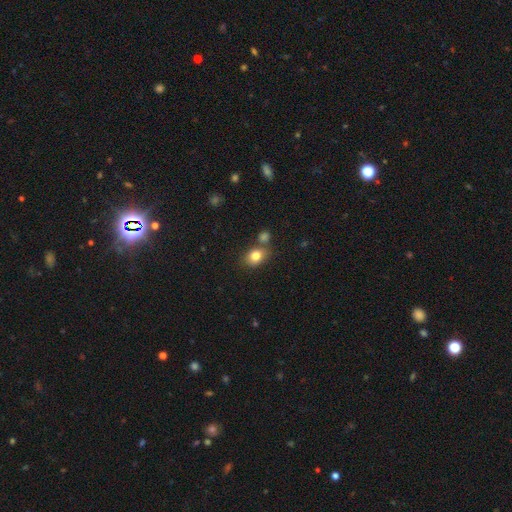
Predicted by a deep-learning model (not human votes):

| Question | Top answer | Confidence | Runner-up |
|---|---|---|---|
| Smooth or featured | smooth | 81% | star or artifact (10%) |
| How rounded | in between | 60% | round (38%) |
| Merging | none | 63% | merger (21%) |